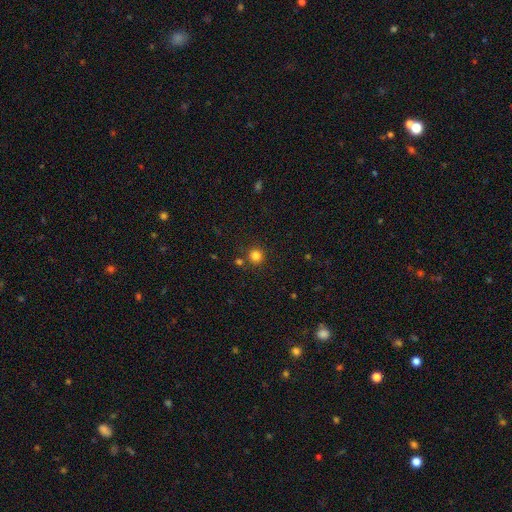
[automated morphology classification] Smooth or featured? smooth (82%)
How rounded? round (93%)
Merging? none (83%)